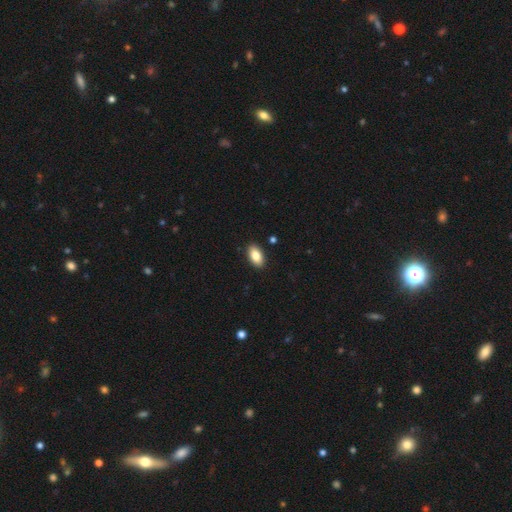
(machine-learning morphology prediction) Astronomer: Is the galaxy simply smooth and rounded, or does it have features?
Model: smooth — 84%.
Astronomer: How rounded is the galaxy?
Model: in between — 93%.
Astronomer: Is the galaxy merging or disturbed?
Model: none — 90%.